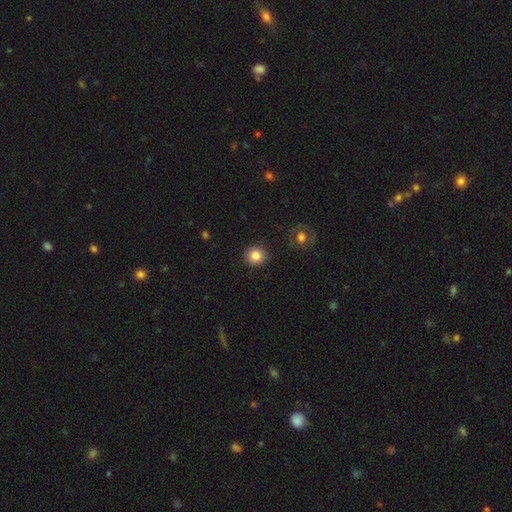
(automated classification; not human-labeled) This is clearly a smooth galaxy (85%). How rounded: clearly round (93%). Merging: clearly none (91%).